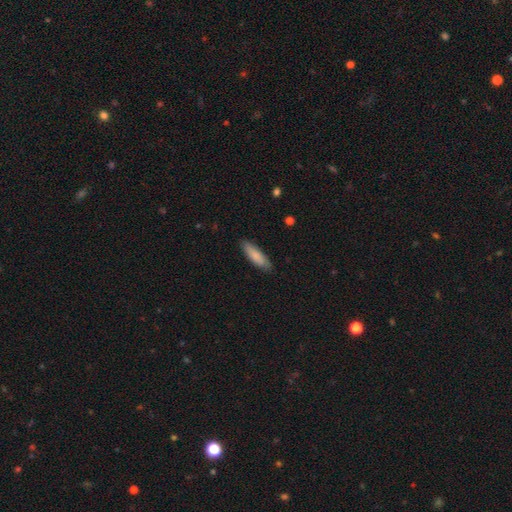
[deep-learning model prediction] smooth-or-featured: smooth: 83% | featured or disk: 11% | star or artifact: 5%
  how-rounded: cigar-shaped: 62% | in between: 37% | round: 1%
  merging: none: 84% | minor disturbance: 12% | major disturbance: 2% | merger: 1%